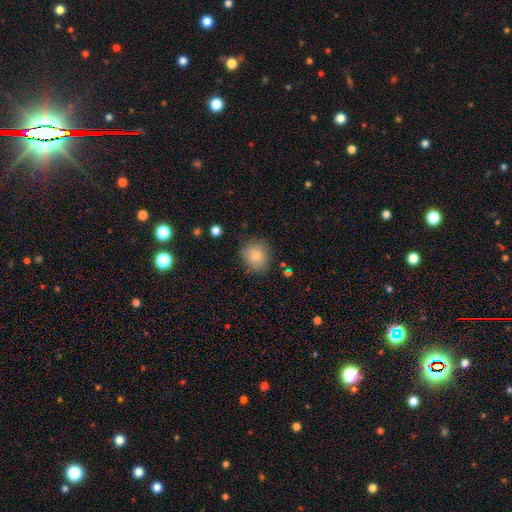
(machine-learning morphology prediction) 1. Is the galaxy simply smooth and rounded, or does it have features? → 82% smooth, 9% star or artifact, 9% featured or disk.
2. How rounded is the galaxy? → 80% round, 19% in between, 1% cigar-shaped.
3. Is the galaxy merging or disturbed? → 79% none, 15% minor disturbance, 4% major disturbance, 2% merger.